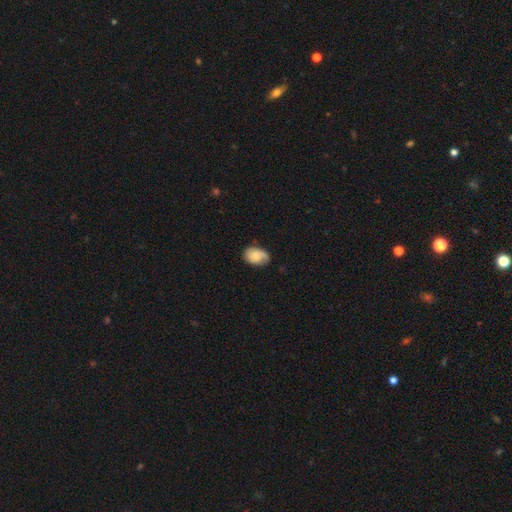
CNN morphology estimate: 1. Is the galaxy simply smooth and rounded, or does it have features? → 67% smooth, 26% featured or disk, 7% star or artifact.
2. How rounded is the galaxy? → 84% in between, 15% round, 1% cigar-shaped.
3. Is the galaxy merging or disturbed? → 66% none, 26% minor disturbance, 6% major disturbance, 2% merger.